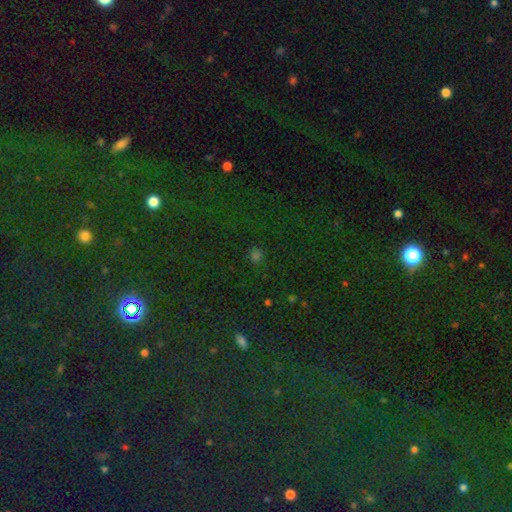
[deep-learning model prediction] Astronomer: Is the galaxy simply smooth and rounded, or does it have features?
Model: smooth — 62%.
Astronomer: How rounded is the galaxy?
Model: round — 85%.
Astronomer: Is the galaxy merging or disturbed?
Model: none — 86%.